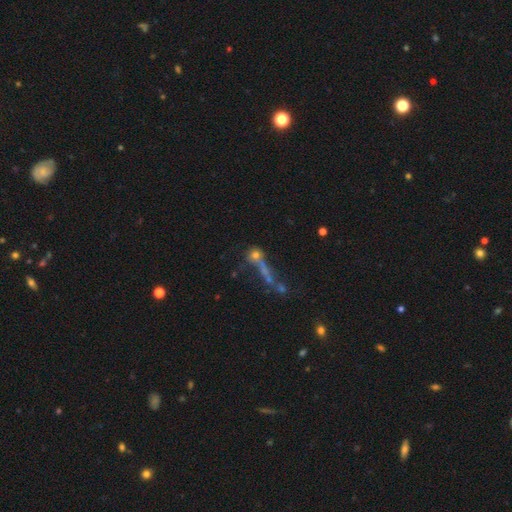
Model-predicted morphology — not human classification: Smooth or featured?
  - smooth: 55% *
  - featured or disk: 24%
  - star or artifact: 21%
How rounded?
  - round: 70% *
  - in between: 18%
  - cigar-shaped: 11%
Merging?
  - none: 39% *
  - merger: 35%
  - major disturbance: 15%
  - minor disturbance: 11%